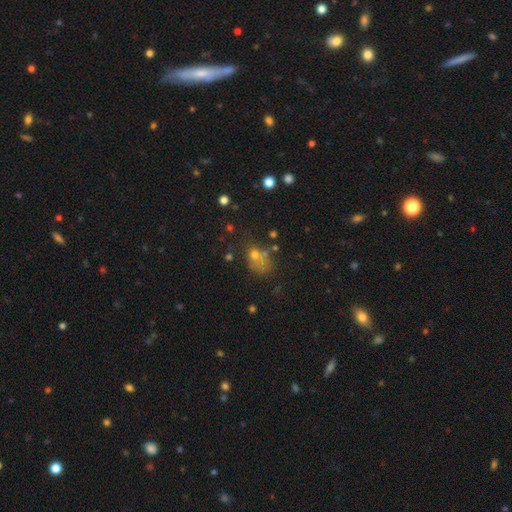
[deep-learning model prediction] Smooth or featured? Predicted: smooth (p=0.59). How rounded? Predicted: in between (p=0.56). Merging? Predicted: none (p=0.41).